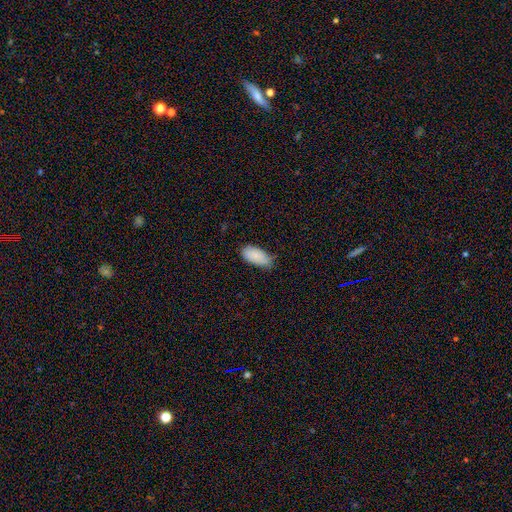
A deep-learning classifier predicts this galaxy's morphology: A smooth galaxy with no disk features (86%) that is in between round and cigar-shaped (93%). Merging: none (67%).